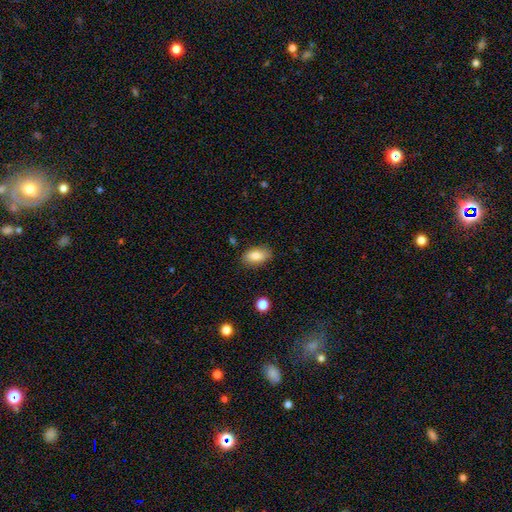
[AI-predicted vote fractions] Smooth or featured? Predicted: smooth (p=0.83). How rounded? Predicted: in between (p=0.90). Merging? Predicted: none (p=0.82).